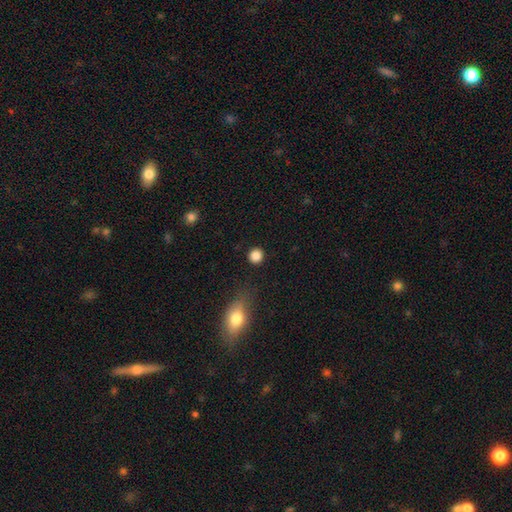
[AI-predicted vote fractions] A smooth galaxy with no disk features (86%) that is round (93%).

Vote fractions:
- Smooth or featured? smooth: 86% / star or artifact: 10% / featured or disk: 4%
- How rounded? round: 93% / in between: 6% / cigar-shaped: 1%
- Merging? none: 89% / minor disturbance: 6% / major disturbance: 3% / merger: 2%